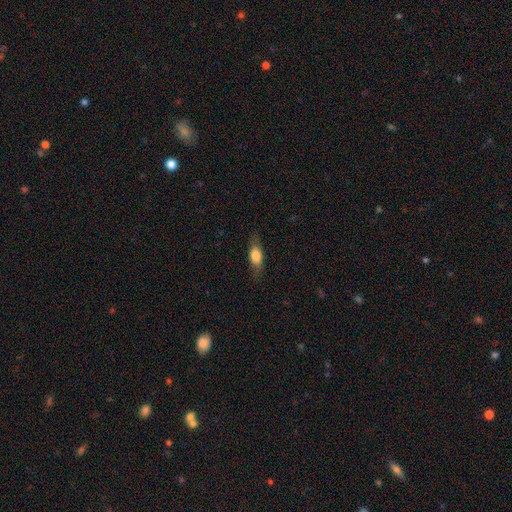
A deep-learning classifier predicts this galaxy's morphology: smooth 69%, featured or disk 24%, star or artifact 7%. Down the decision tree: how rounded — in between (69%); merging — none (76%).